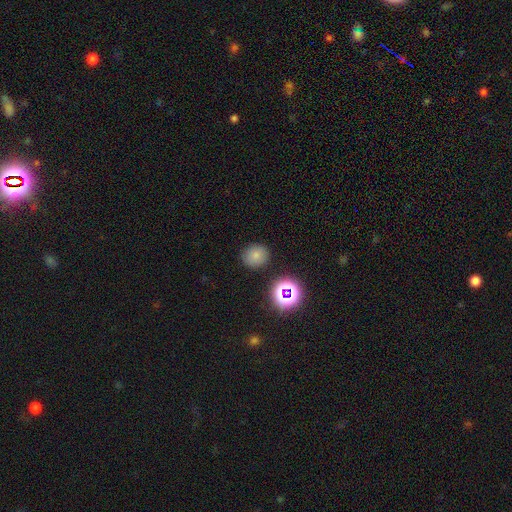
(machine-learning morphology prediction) Smooth or featured? Predicted: smooth (p=0.74). How rounded? Predicted: round (p=0.79). Merging? Predicted: none (p=0.86).